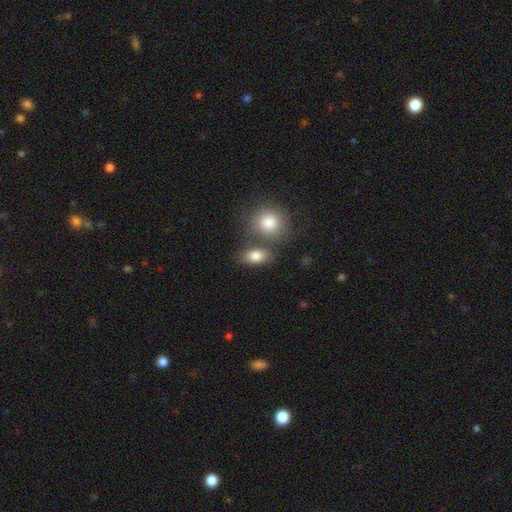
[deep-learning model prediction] Morphology: type=smooth (83%); roundness=in between (77%); merging=none (61%).